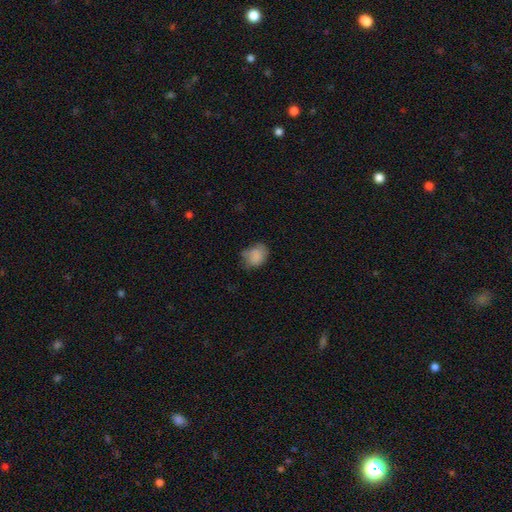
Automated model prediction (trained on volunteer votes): smooth 78%, featured or disk 13%, star or artifact 9%. Down the decision tree: how rounded — in between (53%); merging — none (53%).